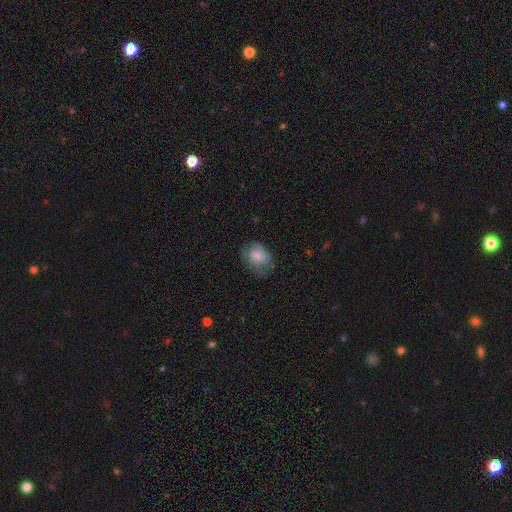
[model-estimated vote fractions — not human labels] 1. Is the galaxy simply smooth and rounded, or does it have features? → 58% smooth, 31% featured or disk, 11% star or artifact.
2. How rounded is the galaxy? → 57% in between, 41% round, 1% cigar-shaped.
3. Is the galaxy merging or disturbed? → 65% none, 24% minor disturbance, 10% major disturbance, 1% merger.